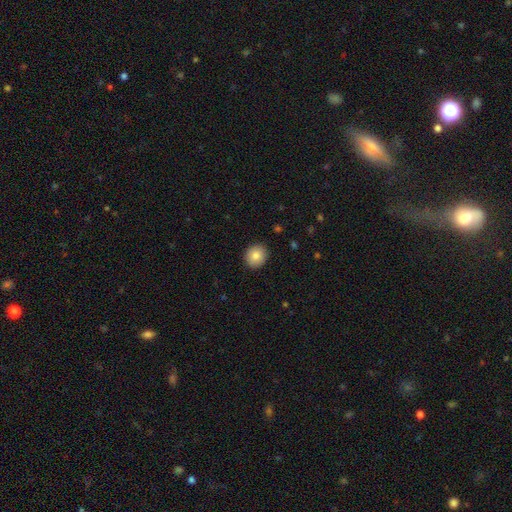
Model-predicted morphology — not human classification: Overall: smooth (83%). How rounded: round (82%). Merging: none (91%).